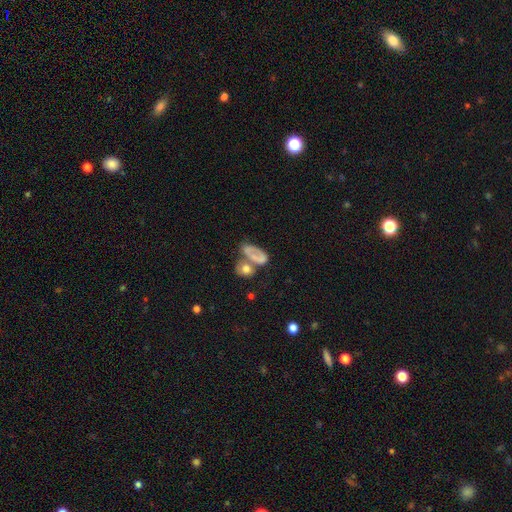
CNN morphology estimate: smooth_or_featured: smooth (p=0.57) [alt: featured or disk p=0.32]
how_rounded: in between (p=0.79) [alt: round p=0.18]
merging: merger (p=0.41) [alt: none p=0.23]